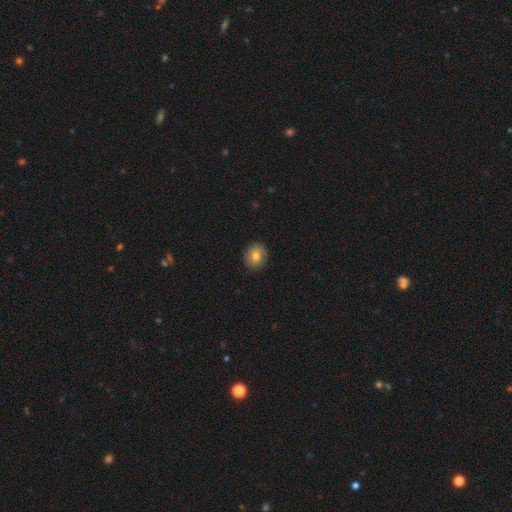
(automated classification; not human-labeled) Smooth or featured? smooth (77%)
How rounded? round (72%)
Merging? none (88%)